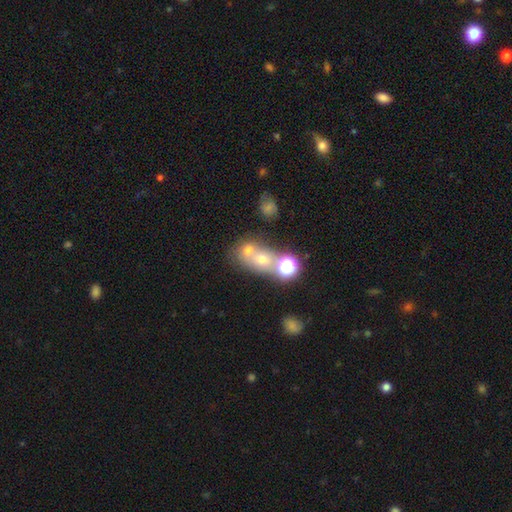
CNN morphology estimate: Overall: smooth (48%; star or artifact 27%). Merging: merger (50%; none 36%).